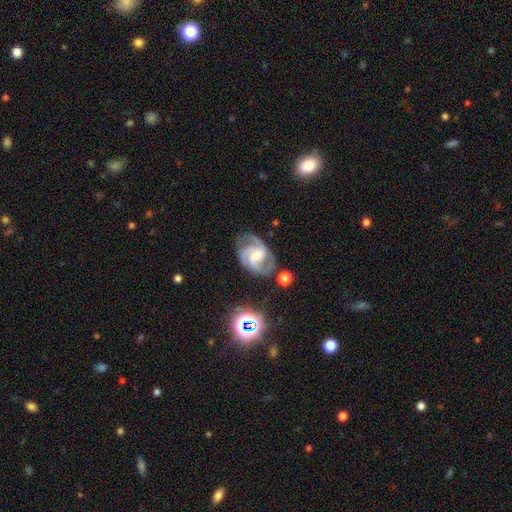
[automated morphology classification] This is clearly a featured or disk galaxy (88%). It is clearly not viewed edge-on (98%). Bar: possibly weak (46%). Spiral arm pattern: clearly yes (98%). Spiral arm count: possibly 3 (55%). Spiral winding: possibly medium (55%). Central bulge: possibly small (48%). Merging: likely none (68%).